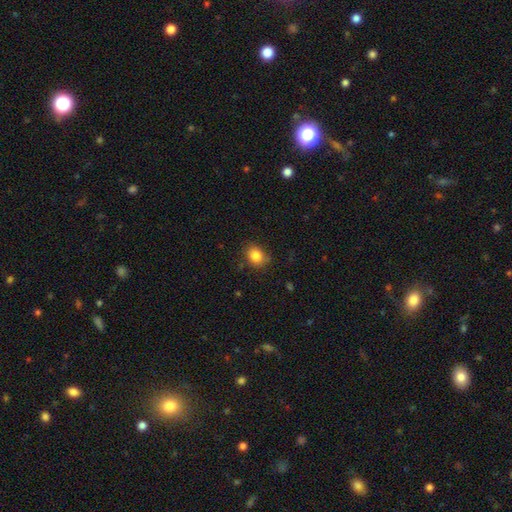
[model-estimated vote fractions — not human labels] Smooth or featured? Predicted: smooth (p=0.84). How rounded? Predicted: in between (p=0.50). Merging? Predicted: none (p=0.79).